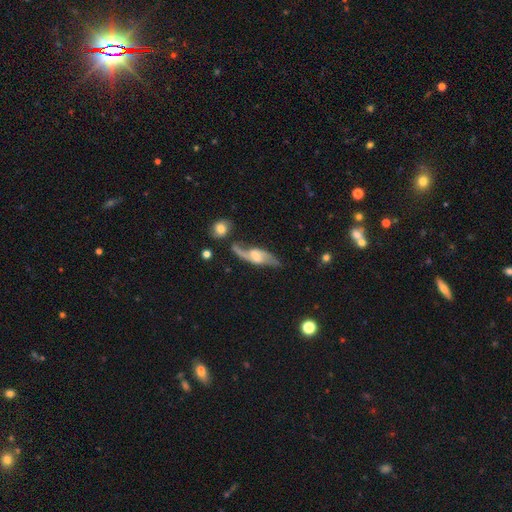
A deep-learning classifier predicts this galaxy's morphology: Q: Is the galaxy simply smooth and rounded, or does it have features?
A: featured or disk — 81%.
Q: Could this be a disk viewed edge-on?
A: no — 86%.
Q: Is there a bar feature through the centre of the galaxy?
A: weak — 51%.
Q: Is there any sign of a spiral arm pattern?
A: yes — 93%.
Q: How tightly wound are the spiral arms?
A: loose — 68%.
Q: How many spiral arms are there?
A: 2 — 90%.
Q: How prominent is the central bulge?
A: moderate — 41%.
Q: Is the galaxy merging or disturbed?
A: none — 62%.